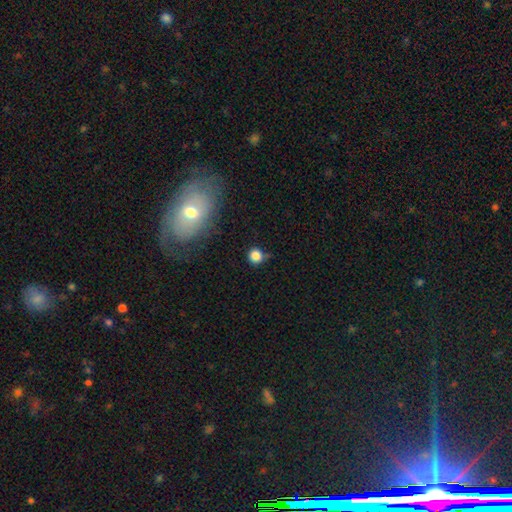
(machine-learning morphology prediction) smooth_or_featured: smooth (p=0.83) [alt: star or artifact p=0.12]
how_rounded: round (p=0.91) [alt: in between p=0.08]
merging: none (p=0.72) [alt: minor disturbance p=0.16]